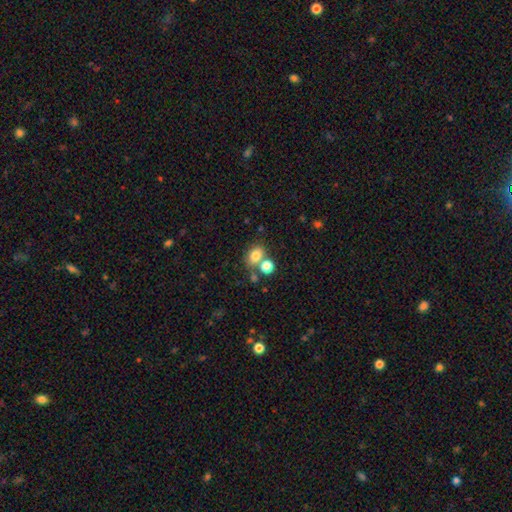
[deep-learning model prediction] A smooth galaxy with no disk features (79%) that is in between round and cigar-shaped (66%). Merging: none (58%).